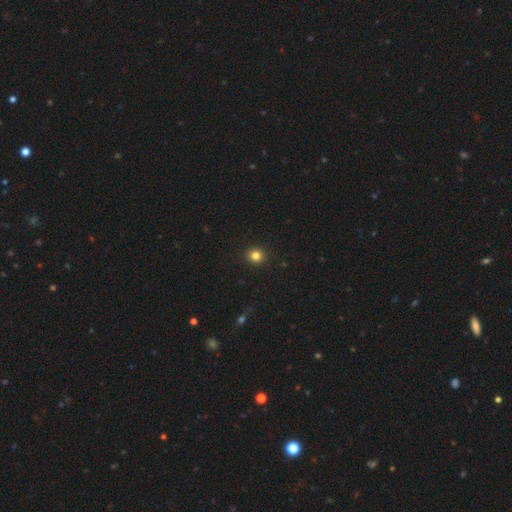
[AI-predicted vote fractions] A smooth galaxy with no disk features (82%) that is round (91%).

Vote fractions:
- Smooth or featured? smooth: 82% / star or artifact: 13% / featured or disk: 5%
- How rounded? round: 91% / in between: 8% / cigar-shaped: 1%
- Merging? none: 93% / minor disturbance: 5% / major disturbance: 2% / merger: 1%